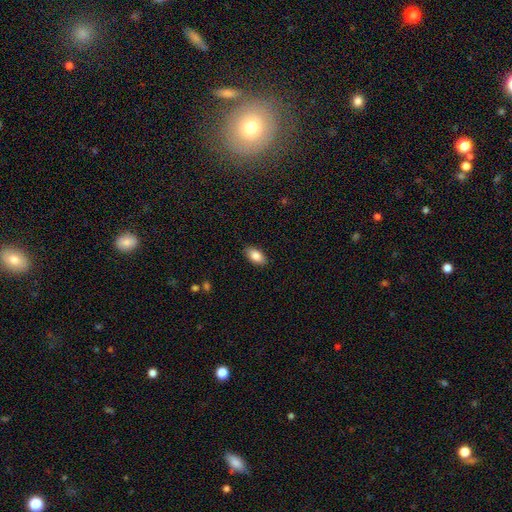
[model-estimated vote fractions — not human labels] A smooth galaxy with no disk features (85%) that is in between round and cigar-shaped (93%).

Vote fractions:
- Smooth or featured? smooth: 85% / featured or disk: 7% / star or artifact: 7%
- How rounded? in between: 93% / round: 4% / cigar-shaped: 3%
- Merging? none: 88% / minor disturbance: 9% / major disturbance: 2% / merger: 1%